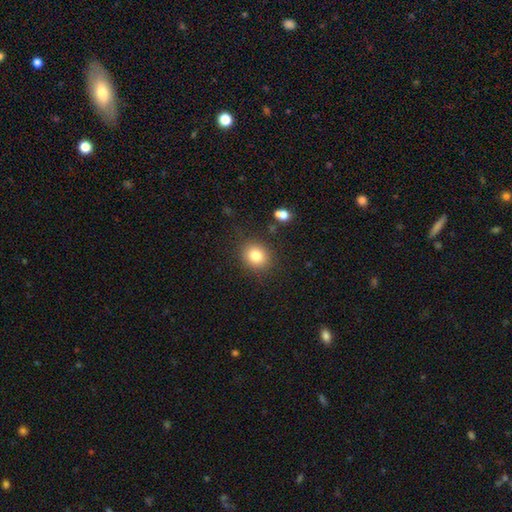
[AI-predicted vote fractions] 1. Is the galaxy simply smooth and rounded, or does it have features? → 82% smooth, 11% star or artifact, 8% featured or disk.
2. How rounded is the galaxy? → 73% round, 26% in between, 1% cigar-shaped.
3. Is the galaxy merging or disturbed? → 85% none, 9% minor disturbance, 3% major disturbance, 2% merger.